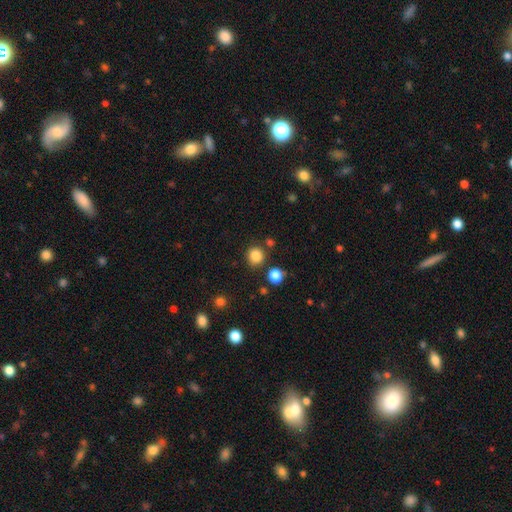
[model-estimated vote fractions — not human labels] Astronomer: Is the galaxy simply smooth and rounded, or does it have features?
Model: smooth — 84%.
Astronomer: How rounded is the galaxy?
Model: round — 91%.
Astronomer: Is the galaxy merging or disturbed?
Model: none — 83%.